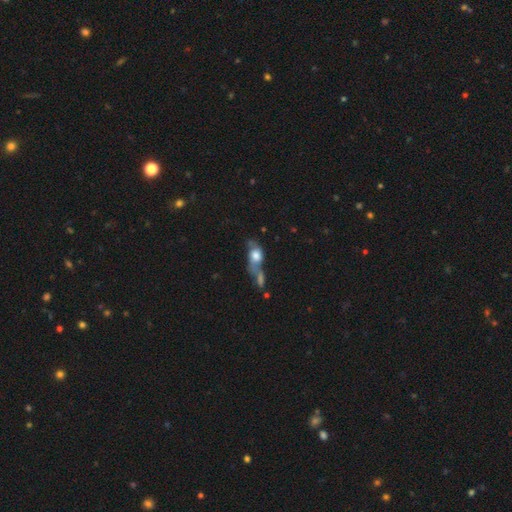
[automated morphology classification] Smooth or featured? Predicted: smooth (p=0.56). How rounded? Predicted: in between (p=0.66). Merging? Predicted: merger (p=0.51).